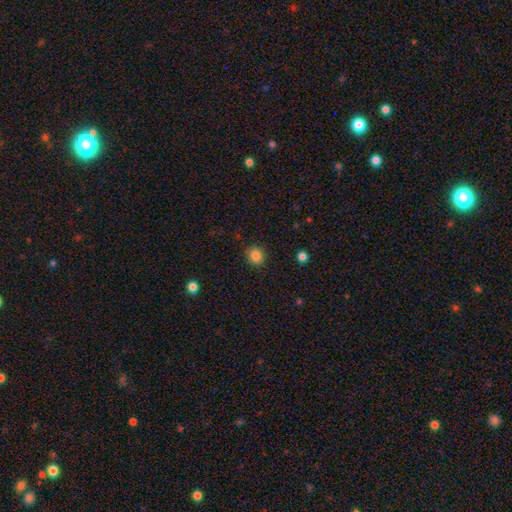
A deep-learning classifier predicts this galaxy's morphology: type=smooth (85%); roundness=round (85%); merging=none (89%).